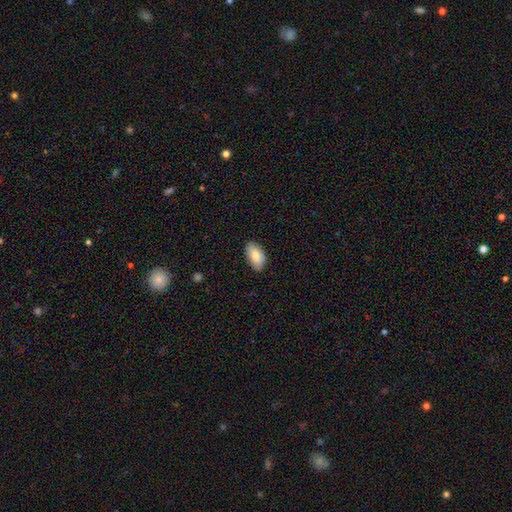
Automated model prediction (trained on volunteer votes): This is clearly a smooth galaxy (81%). How rounded: clearly in between (94%). Merging: clearly none (83%).